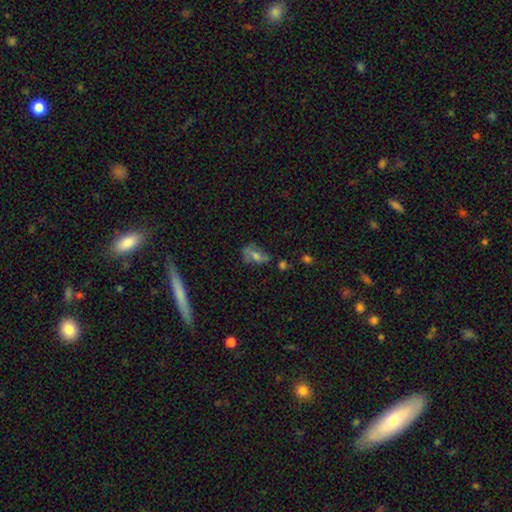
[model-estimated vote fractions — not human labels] Smooth or featured?
  - smooth: 46% *
  - featured or disk: 39%
  - star or artifact: 15%
Merging?
  - none: 52% *
  - minor disturbance: 25%
  - major disturbance: 16%
  - merger: 7%